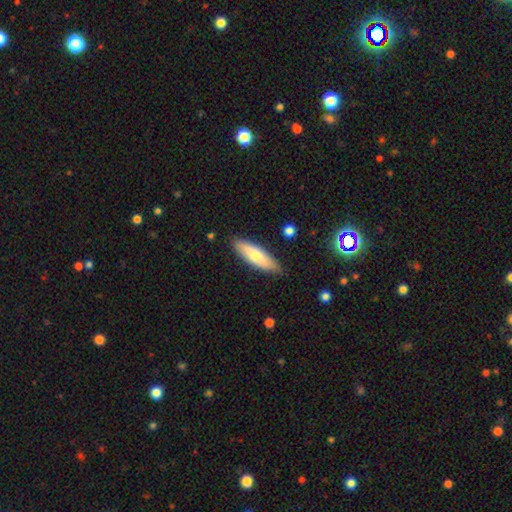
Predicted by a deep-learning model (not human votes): This is likely a smooth galaxy (71%). How rounded: possibly cigar-shaped (54%). Merging: clearly none (84%).